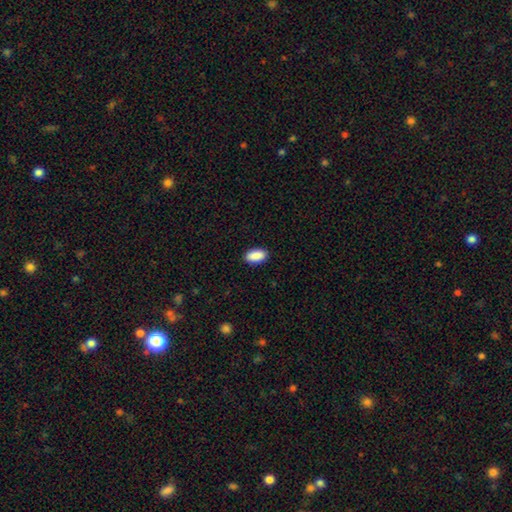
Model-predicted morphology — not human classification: The model was most divided on "merging": none: 90%, minor disturbance: 7%, major disturbance: 2%, merger: 1%. More confident: how rounded — in between (94%); smooth or featured — smooth (91%).